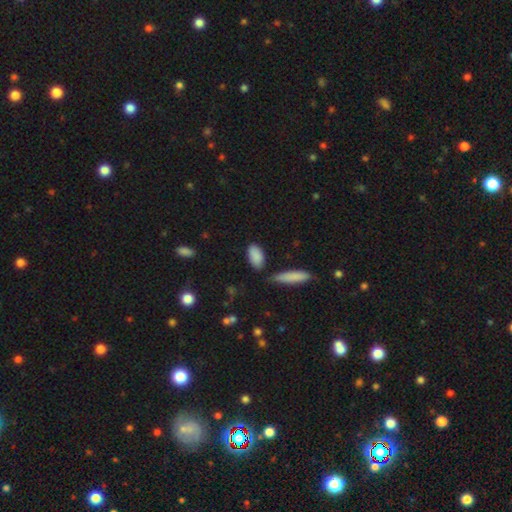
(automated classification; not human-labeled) A smooth galaxy with no disk features (87%) that is in between round and cigar-shaped (88%).

Vote fractions:
- Smooth or featured? smooth: 87% / star or artifact: 7% / featured or disk: 6%
- How rounded? in between: 88% / cigar-shaped: 9% / round: 3%
- Merging? none: 71% / minor disturbance: 16% / merger: 9% / major disturbance: 4%